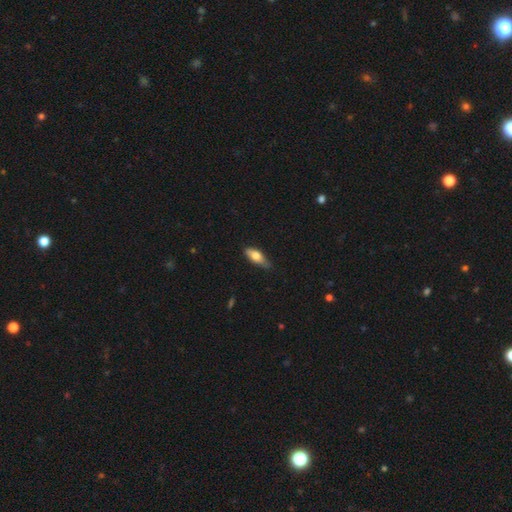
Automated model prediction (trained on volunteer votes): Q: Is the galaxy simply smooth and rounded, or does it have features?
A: smooth — 66%.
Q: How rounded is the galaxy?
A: in between — 70%.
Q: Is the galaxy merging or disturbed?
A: none — 73%.